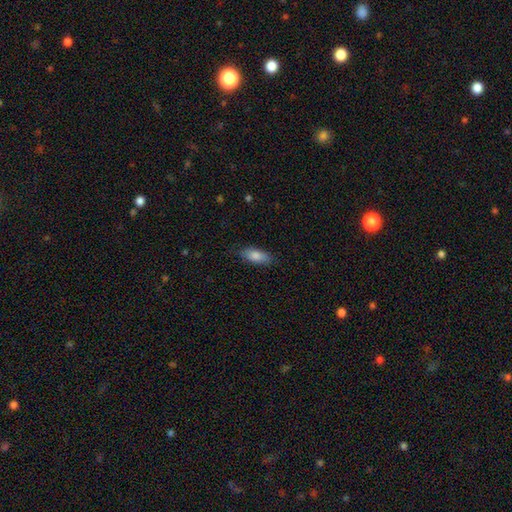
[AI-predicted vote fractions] Overall: smooth (84%). How rounded: in between (82%). Merging: none (82%).